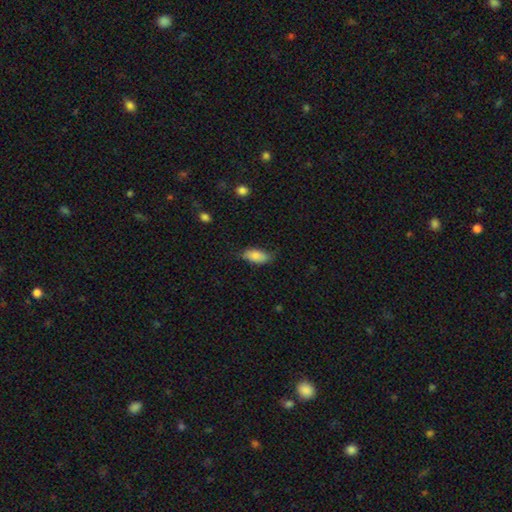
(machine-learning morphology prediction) type=smooth (83%); roundness=in between (89%); merging=none (70%).